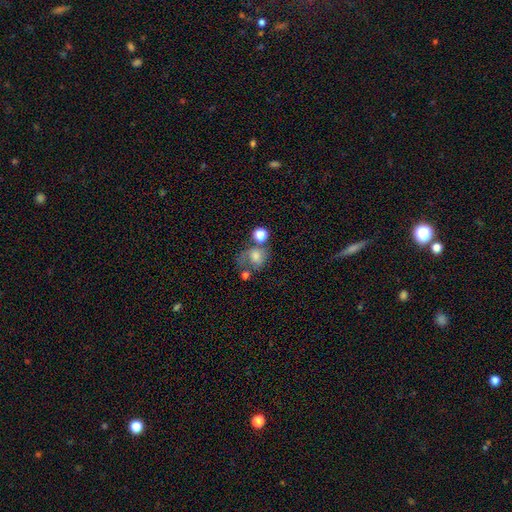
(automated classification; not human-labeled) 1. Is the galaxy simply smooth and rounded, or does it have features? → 59% smooth, 25% featured or disk, 16% star or artifact.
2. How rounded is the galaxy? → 63% round, 36% in between, 1% cigar-shaped.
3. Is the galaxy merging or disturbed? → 36% none, 23% merger, 21% major disturbance, 19% minor disturbance.